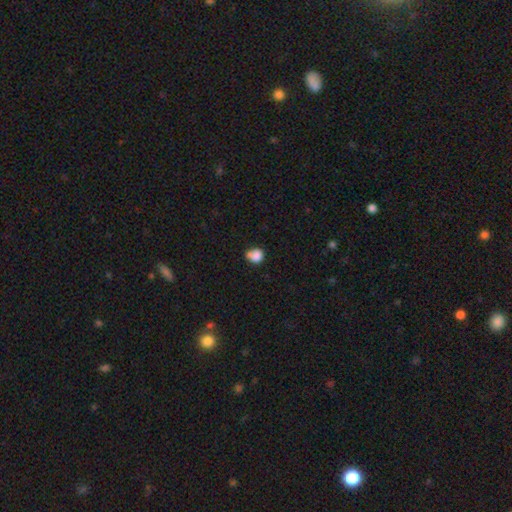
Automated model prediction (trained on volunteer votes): Smooth or featured? Predicted: smooth (p=0.83). How rounded? Predicted: round (p=0.70). Merging? Predicted: none (p=0.48).